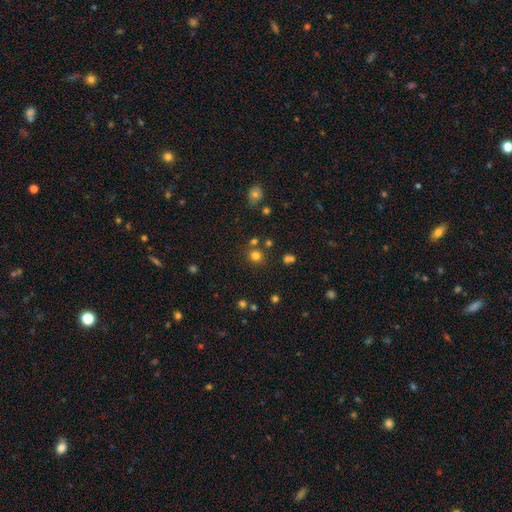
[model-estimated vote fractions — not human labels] A smooth galaxy with no disk features (76%) that is round (86%). Merging: none (77%).